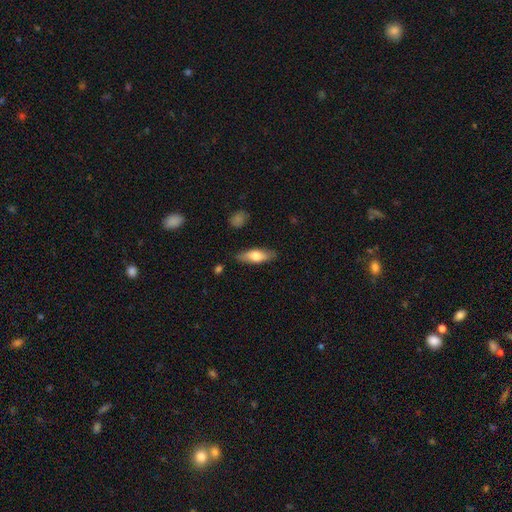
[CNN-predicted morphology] Smooth or featured: smooth — 67% (featured or disk — 27%)
How rounded: in between — 60% (cigar-shaped — 37%)
Merging: none — 85% (minor disturbance — 11%)